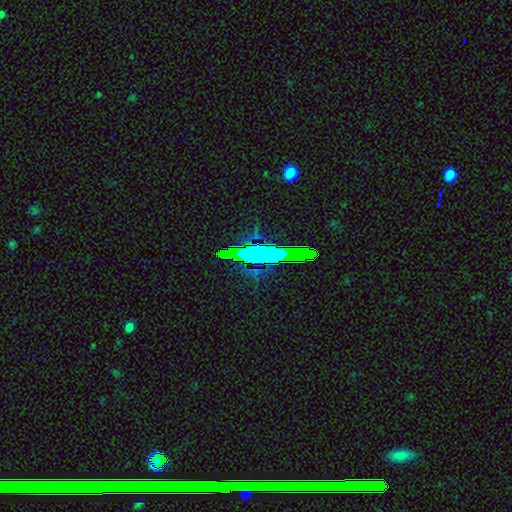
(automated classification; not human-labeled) A star or artifact, not a galaxy (64%).

Vote fractions:
- Smooth or featured? star or artifact: 64% / smooth: 23% / featured or disk: 12%